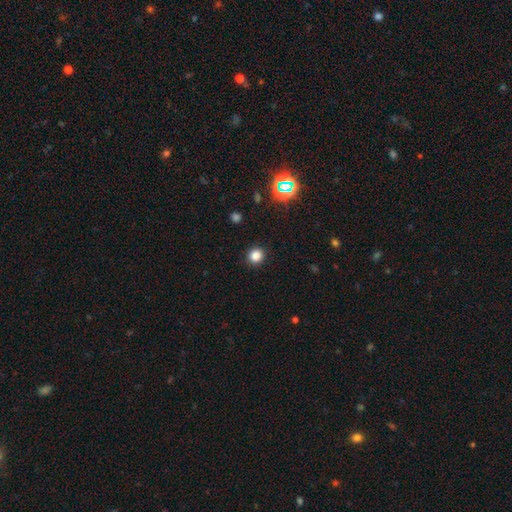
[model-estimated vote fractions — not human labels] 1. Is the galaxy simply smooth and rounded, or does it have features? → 82% smooth, 14% star or artifact, 4% featured or disk.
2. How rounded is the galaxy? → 88% round, 11% in between, 1% cigar-shaped.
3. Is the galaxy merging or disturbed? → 91% none, 6% minor disturbance, 2% major disturbance, 1% merger.